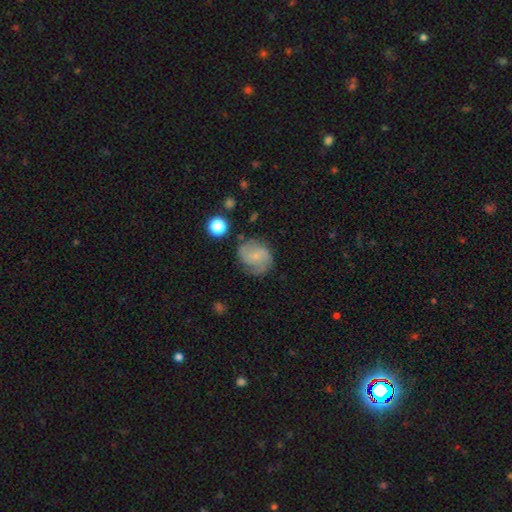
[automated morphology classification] The model was most divided on "spiral winding": medium: 44%, tight: 33%, loose: 23%. More confident: edge-on disk — no (98%); spiral arms — yes (88%); bulge size — small (75%); bar — no (68%); merging — none (67%); spiral arm count — 2 (59%); smooth or featured — featured or disk (58%).